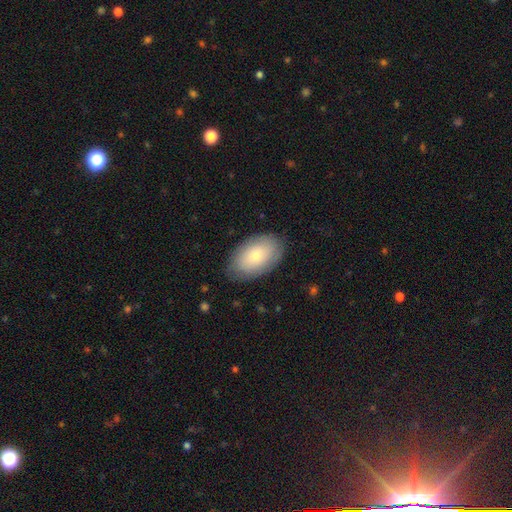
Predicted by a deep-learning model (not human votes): A smooth galaxy with no disk features (73%) that is in between round and cigar-shaped (92%). Merging: none (82%).